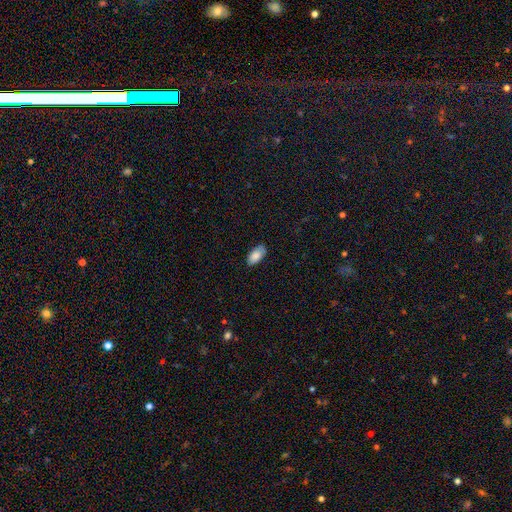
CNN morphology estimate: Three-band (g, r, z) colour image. It shows a smooth galaxy with no disk features (85%) that is in between round and cigar-shaped (94%). Merging: none (80%).